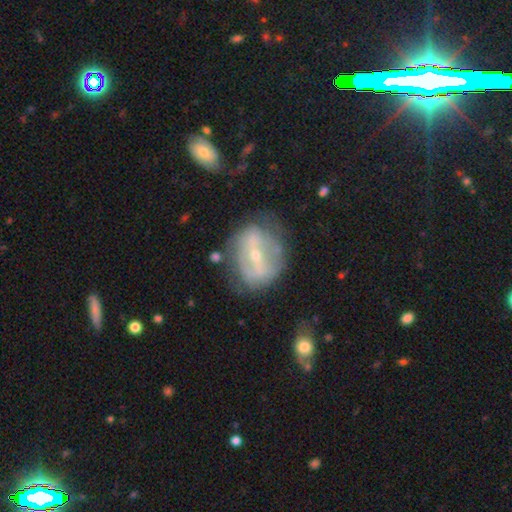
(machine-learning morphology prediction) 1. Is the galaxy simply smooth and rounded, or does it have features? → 72% featured or disk, 20% smooth, 8% star or artifact.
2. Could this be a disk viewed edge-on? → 93% no, 7% yes.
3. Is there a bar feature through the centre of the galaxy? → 49% strong, 32% weak, 19% no.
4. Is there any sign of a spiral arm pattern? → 53% no, 47% yes.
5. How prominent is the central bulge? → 65% small, 32% moderate, 1% none, 1% large, 1% dominant.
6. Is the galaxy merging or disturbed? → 62% none, 22% minor disturbance, 13% major disturbance, 3% merger.